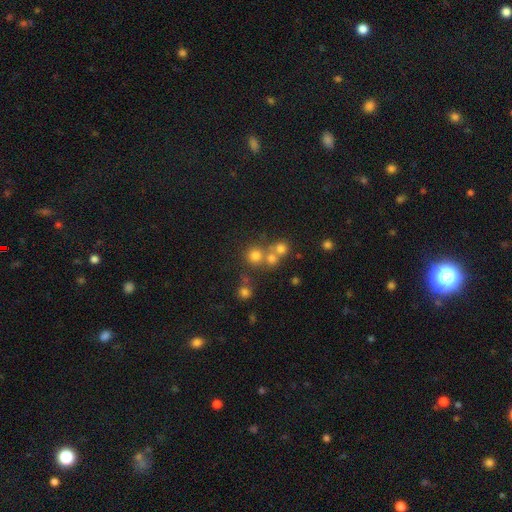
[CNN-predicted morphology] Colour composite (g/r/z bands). It shows a smooth galaxy with no disk features (69%) that is round (91%). Merging: none (58%).